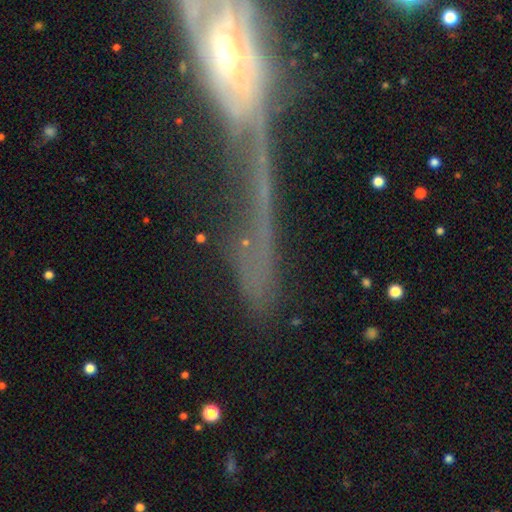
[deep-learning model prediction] Morphology: type=featured or disk (60%); edge-on=no (61%); merging=major disturbance (37%).